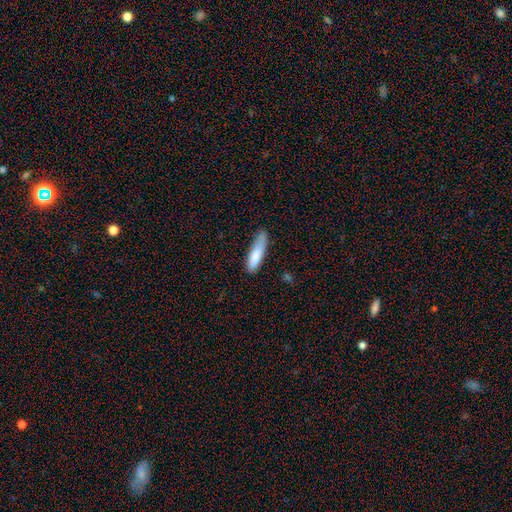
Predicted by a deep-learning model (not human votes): This is clearly a smooth galaxy (82%). How rounded: likely cigar-shaped (69%). Merging: likely none (60%).